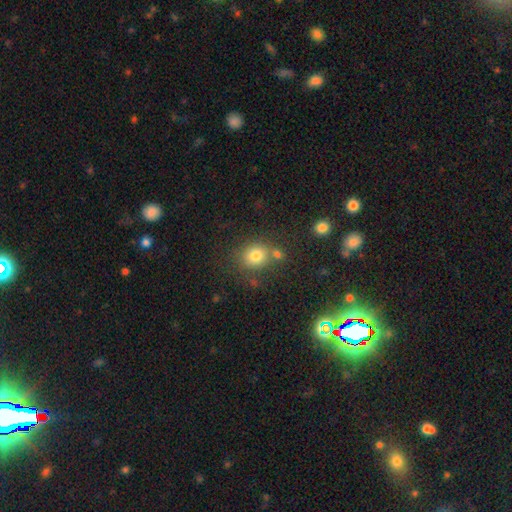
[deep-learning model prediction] Smooth or featured?
  - smooth: 79% *
  - star or artifact: 13%
  - featured or disk: 8%
How rounded?
  - round: 76% *
  - in between: 23%
  - cigar-shaped: 1%
Merging?
  - none: 63% *
  - merger: 19%
  - minor disturbance: 12%
  - major disturbance: 5%